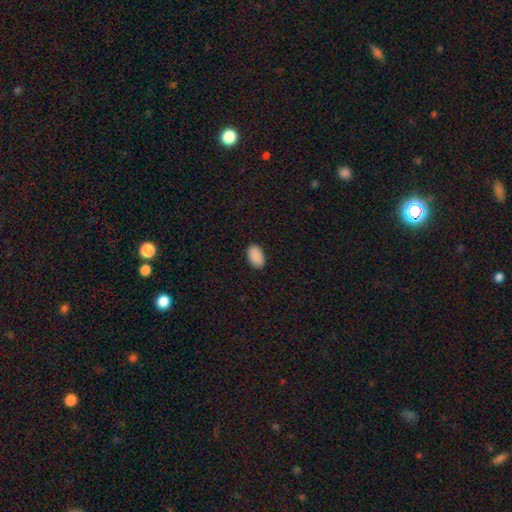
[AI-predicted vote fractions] smooth 90%, star or artifact 7%, featured or disk 2%. Down the decision tree: how rounded — in between (93%); merging — none (89%).